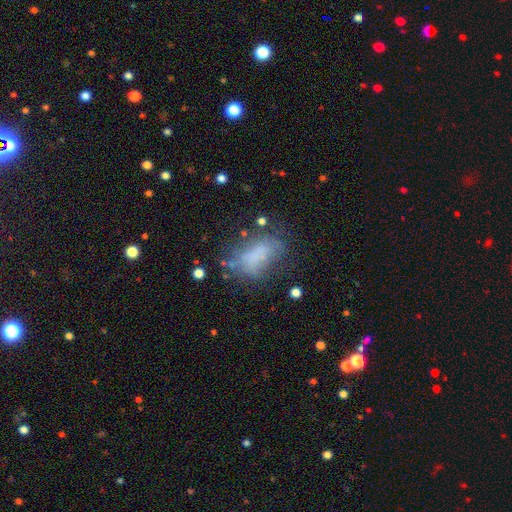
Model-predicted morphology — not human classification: A smooth galaxy with no disk features (63%) that is in between round and cigar-shaped (86%).

Vote fractions:
- Smooth or featured? smooth: 63% / featured or disk: 24% / star or artifact: 13%
- How rounded? in between: 86% / round: 9% / cigar-shaped: 5%
- Merging? none: 45% / minor disturbance: 26% / major disturbance: 23% / merger: 6%